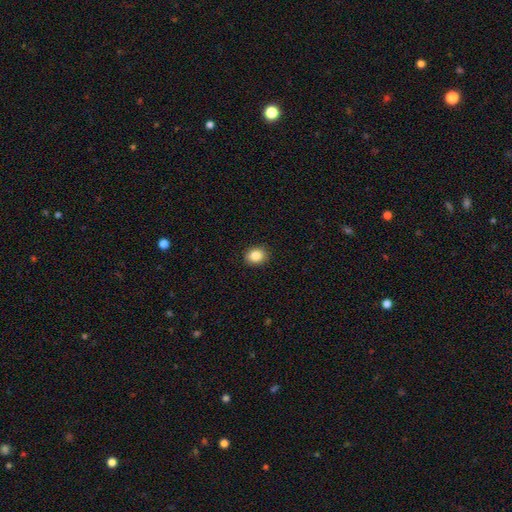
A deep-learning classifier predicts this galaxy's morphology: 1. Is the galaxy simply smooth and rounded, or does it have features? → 86% smooth, 9% star or artifact, 5% featured or disk.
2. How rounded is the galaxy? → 59% round, 40% in between, 1% cigar-shaped.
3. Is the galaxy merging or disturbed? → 91% none, 7% minor disturbance, 2% major disturbance, 1% merger.